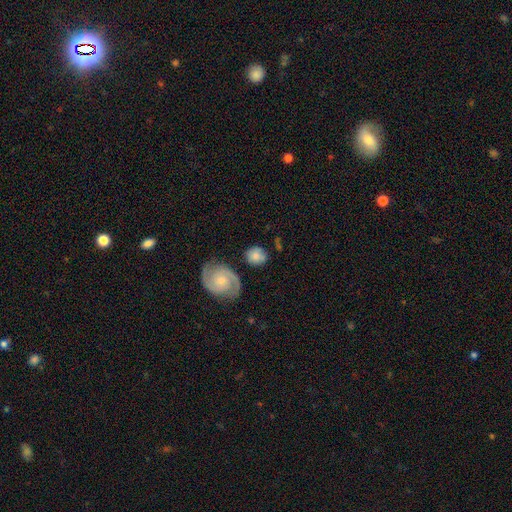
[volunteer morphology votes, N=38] type=smooth (68%); roundness=round (88%); merging=none (72%).